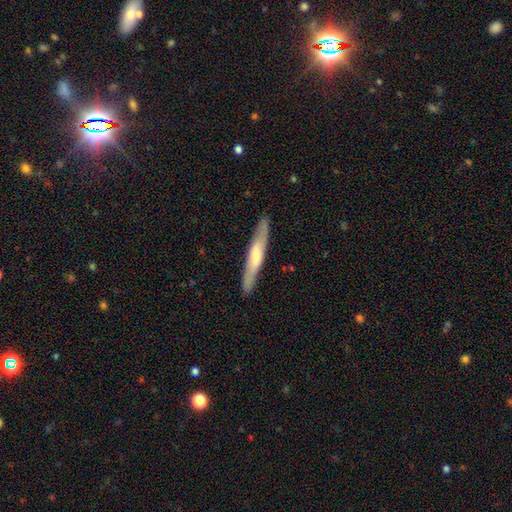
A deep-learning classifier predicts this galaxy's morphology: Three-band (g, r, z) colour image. It shows a featured or disk galaxy (48%). Merging: none (89%).